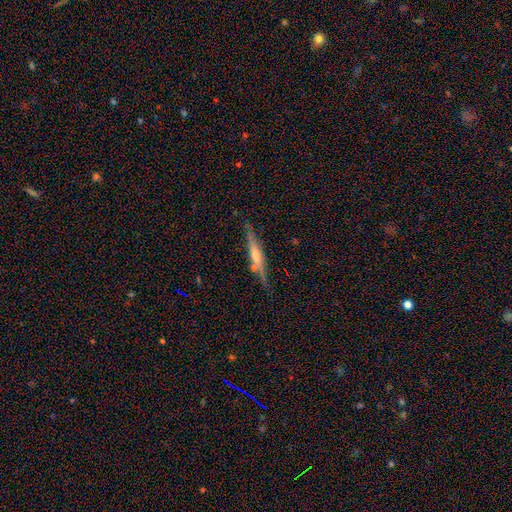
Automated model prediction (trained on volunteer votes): featured or disk 66%, smooth 27%, star or artifact 7%. Down the decision tree: edge-on disk — yes (95%); edge-on bulge — rounded (68%); merging — none (79%).